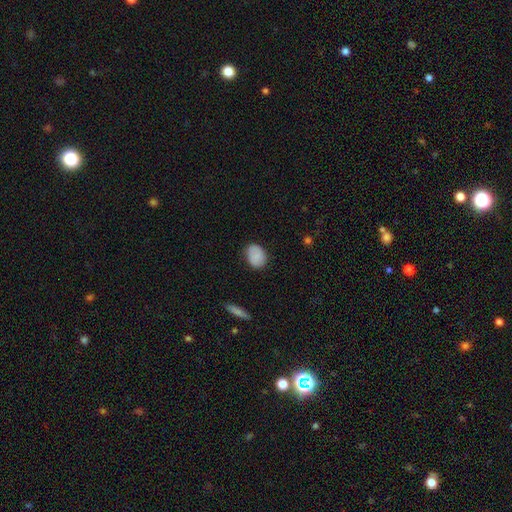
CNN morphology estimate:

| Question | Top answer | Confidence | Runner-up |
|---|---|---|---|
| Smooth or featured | smooth | 86% | star or artifact (8%) |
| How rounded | in between | 72% | round (27%) |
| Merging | none | 80% | minor disturbance (15%) |